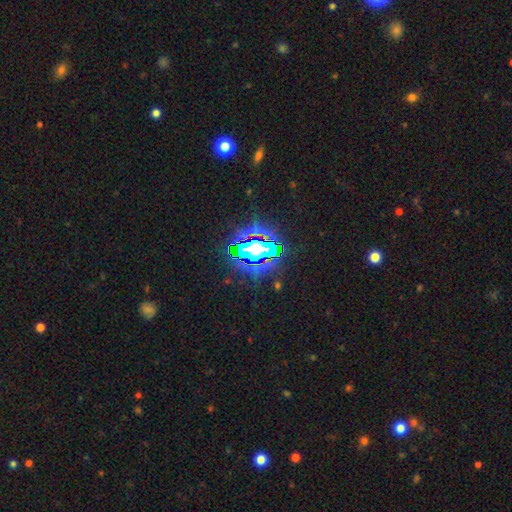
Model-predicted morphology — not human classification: Overall: star or artifact (70%).